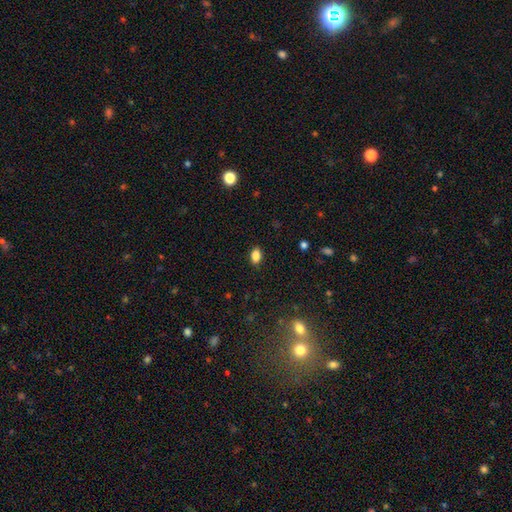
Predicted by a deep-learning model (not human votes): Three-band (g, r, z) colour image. It shows a smooth galaxy with no disk features (85%) that is in between round and cigar-shaped (82%). Merging: none (88%).